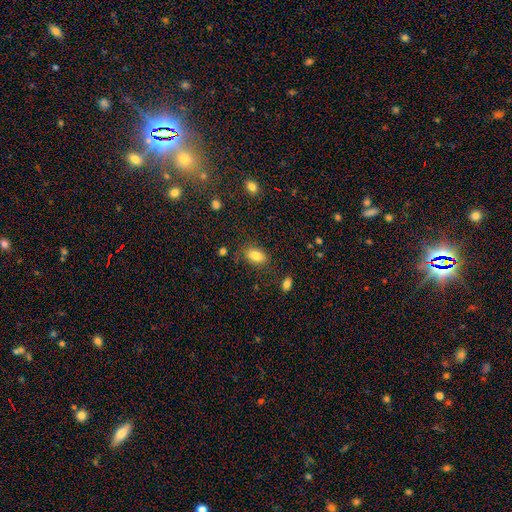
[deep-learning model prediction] Smooth or featured: smooth — 83% (star or artifact — 9%)
How rounded: in between — 90% (round — 7%)
Merging: none — 79% (minor disturbance — 15%)